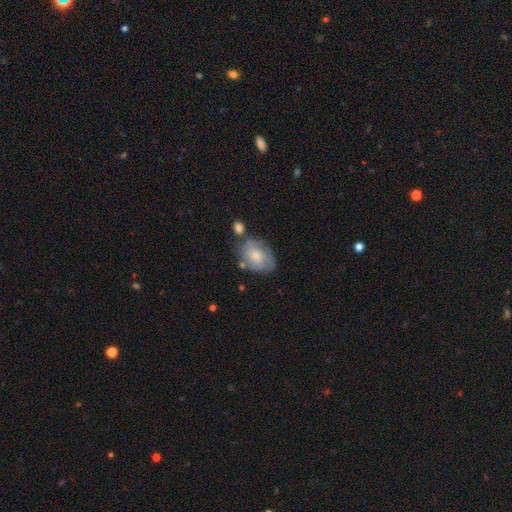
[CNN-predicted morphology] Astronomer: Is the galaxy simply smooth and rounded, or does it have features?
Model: smooth — 60%.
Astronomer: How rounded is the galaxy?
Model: in between — 72%.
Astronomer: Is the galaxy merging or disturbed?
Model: none — 52%.